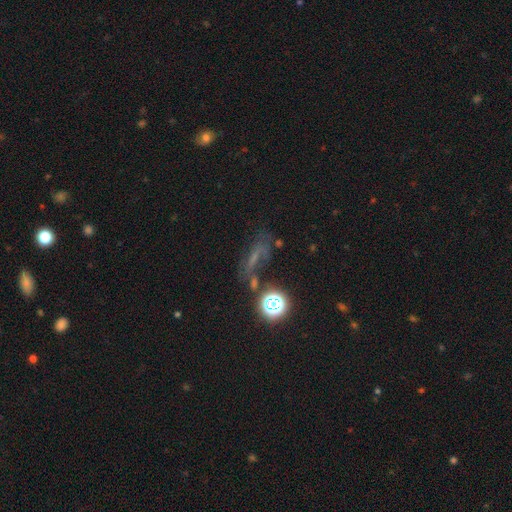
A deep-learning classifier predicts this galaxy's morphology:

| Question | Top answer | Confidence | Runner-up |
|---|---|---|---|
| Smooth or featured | star or artifact | 37% | featured or disk (32%) |